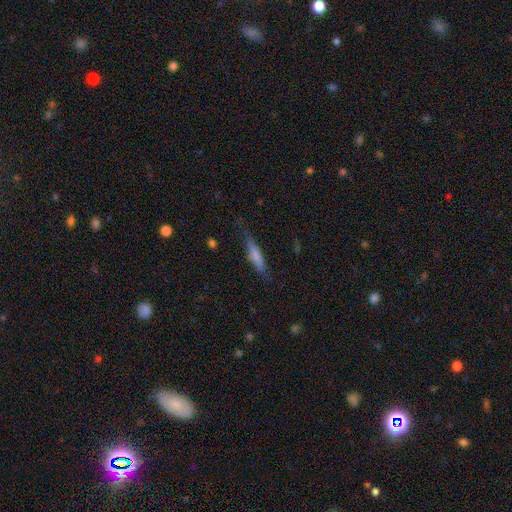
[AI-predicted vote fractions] A smooth galaxy with no disk features (68%) that is cigar-shaped (81%). Merging: none (75%).